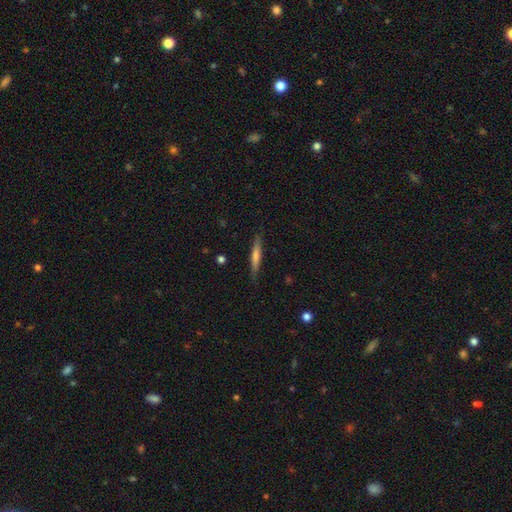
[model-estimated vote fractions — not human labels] Smooth or featured? featured or disk (48%)
Merging? none (88%)